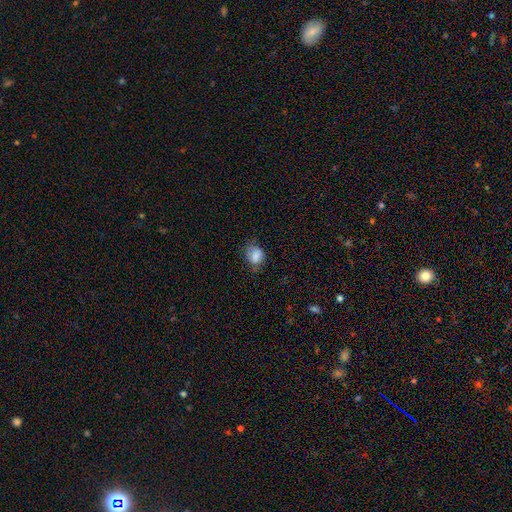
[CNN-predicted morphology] The model was most divided on "how rounded": round: 51%, in between: 48%, cigar-shaped: 1%. More confident: smooth or featured — smooth (82%); merging — none (55%).